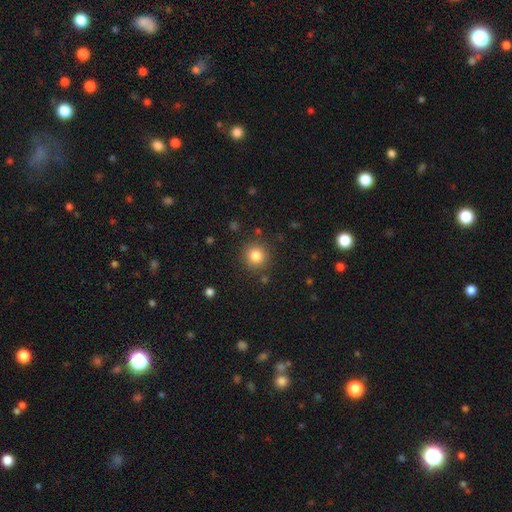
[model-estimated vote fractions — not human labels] Q: Smooth or featured?
A: smooth (82%); runner-up: star or artifact (12%)
Q: How rounded?
A: round (93%); runner-up: in between (6%)
Q: Merging?
A: none (87%); runner-up: minor disturbance (8%)